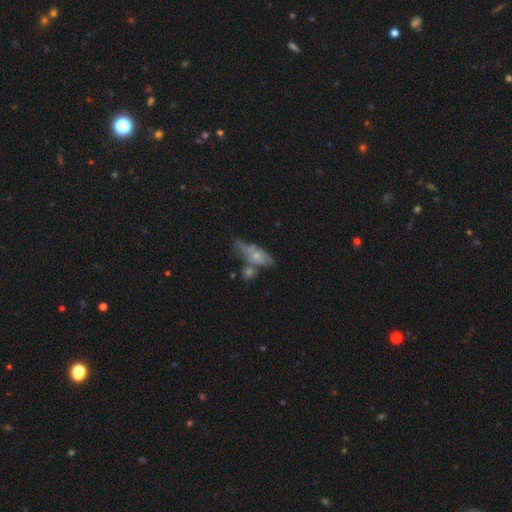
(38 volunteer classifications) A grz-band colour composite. It shows a smooth galaxy with no disk features (53%) that is in between round and cigar-shaped (85%). Merging: none (30%).